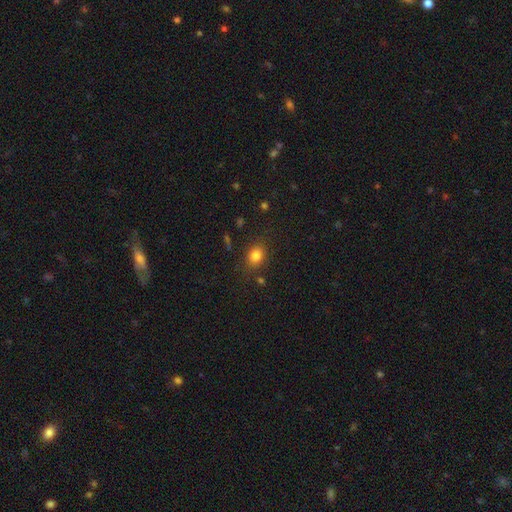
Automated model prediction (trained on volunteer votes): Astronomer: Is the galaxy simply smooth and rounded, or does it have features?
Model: smooth — 81%.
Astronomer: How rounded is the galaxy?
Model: in between — 51% (runner-up: round, 48%).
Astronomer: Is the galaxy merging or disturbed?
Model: none — 81%.